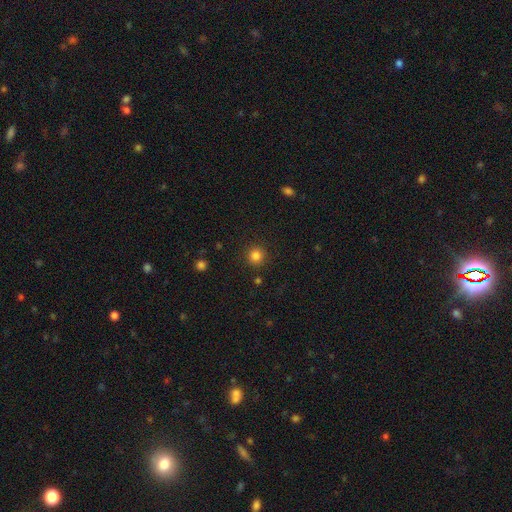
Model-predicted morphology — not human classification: A smooth galaxy with no disk features (83%) that is round (94%). Merging: none (90%).